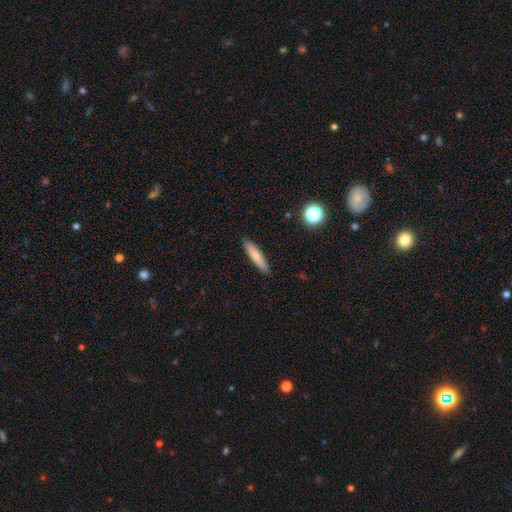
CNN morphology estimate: Q: Smooth or featured?
A: smooth (76%); runner-up: featured or disk (17%)
Q: How rounded?
A: cigar-shaped (85%); runner-up: in between (13%)
Q: Merging?
A: none (90%); runner-up: minor disturbance (7%)